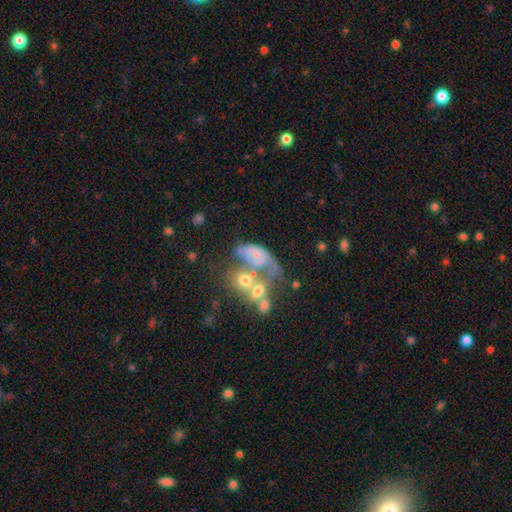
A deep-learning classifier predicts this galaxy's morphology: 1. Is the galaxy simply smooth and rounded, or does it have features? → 54% featured or disk, 33% smooth, 13% star or artifact.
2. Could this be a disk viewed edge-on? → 97% no, 3% yes.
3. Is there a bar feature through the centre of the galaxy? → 84% no, 12% weak, 4% strong.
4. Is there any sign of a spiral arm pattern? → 64% no, 36% yes.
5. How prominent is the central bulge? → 41% small, 28% moderate, 25% none, 4% large, 2% dominant.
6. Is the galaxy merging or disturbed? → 51% merger, 24% major disturbance, 14% none, 11% minor disturbance.